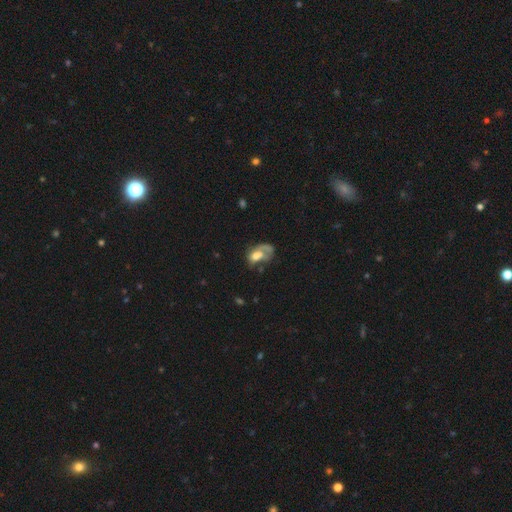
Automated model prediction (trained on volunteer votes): smooth 46%, featured or disk 44%, star or artifact 10%. Down the decision tree: merging — major disturbance (42%).